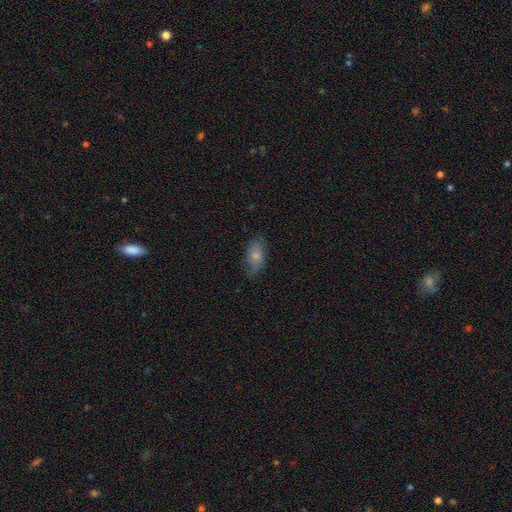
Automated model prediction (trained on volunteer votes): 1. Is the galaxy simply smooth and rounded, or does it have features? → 73% smooth, 20% featured or disk, 7% star or artifact.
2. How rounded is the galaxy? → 91% in between, 5% round, 4% cigar-shaped.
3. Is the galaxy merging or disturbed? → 72% none, 22% minor disturbance, 5% major disturbance, 1% merger.